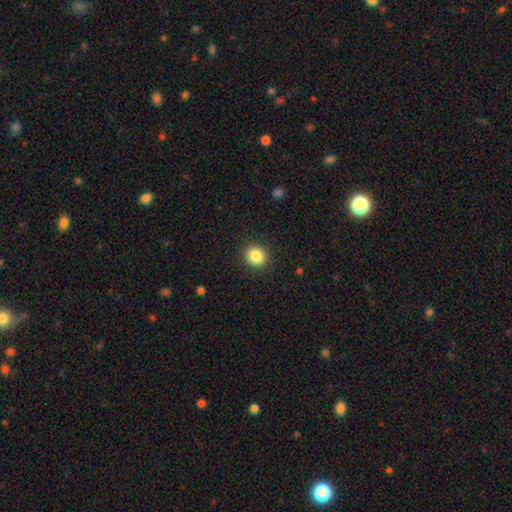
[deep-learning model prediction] This appears to be a smooth galaxy with no disk features (85%) that is round (81%). Merging: none (91%).